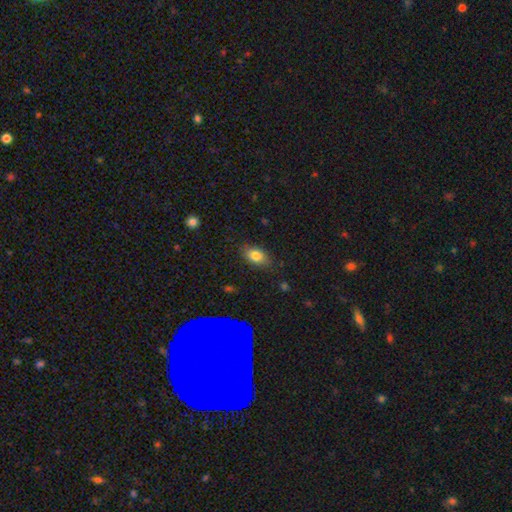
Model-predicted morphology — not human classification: This is likely a smooth galaxy (79%). How rounded: clearly in between (83%). Merging: clearly none (82%).